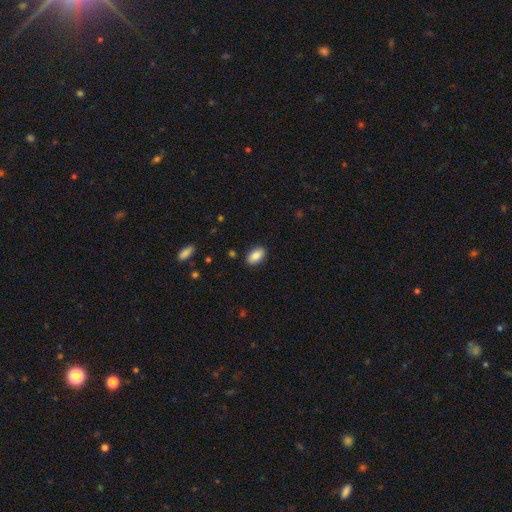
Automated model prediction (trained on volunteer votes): Smooth or featured?
  - smooth: 87% *
  - star or artifact: 7%
  - featured or disk: 6%
How rounded?
  - in between: 93% *
  - round: 5%
  - cigar-shaped: 3%
Merging?
  - none: 88% *
  - minor disturbance: 9%
  - major disturbance: 2%
  - merger: 1%